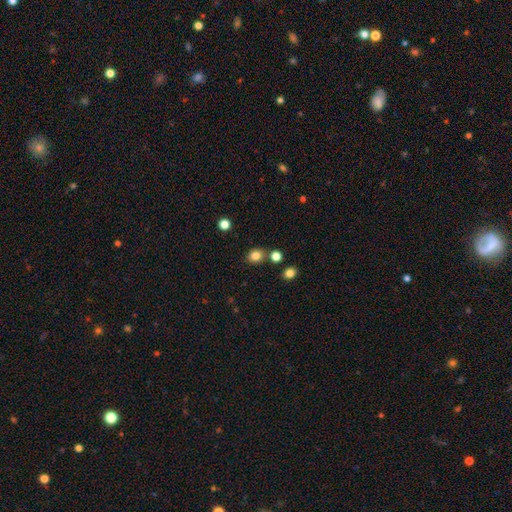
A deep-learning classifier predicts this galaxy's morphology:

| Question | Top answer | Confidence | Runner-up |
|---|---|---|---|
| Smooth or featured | smooth | 82% | star or artifact (12%) |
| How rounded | round | 67% | in between (32%) |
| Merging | none | 79% | minor disturbance (10%) |